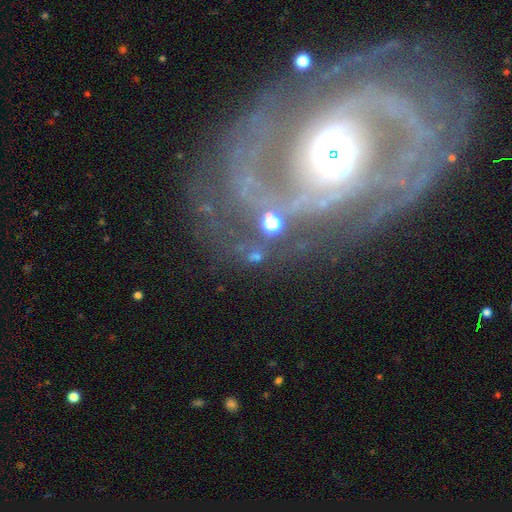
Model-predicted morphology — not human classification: star or artifact 40%, smooth 32%, featured or disk 28%.